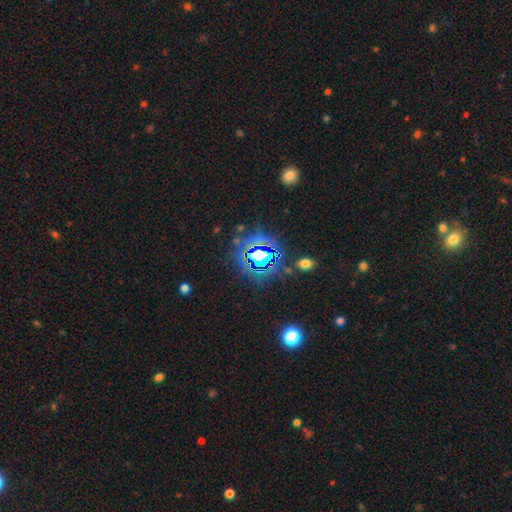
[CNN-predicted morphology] The model was most divided on "smooth or featured": star or artifact: 80%, smooth: 12%, featured or disk: 8%.